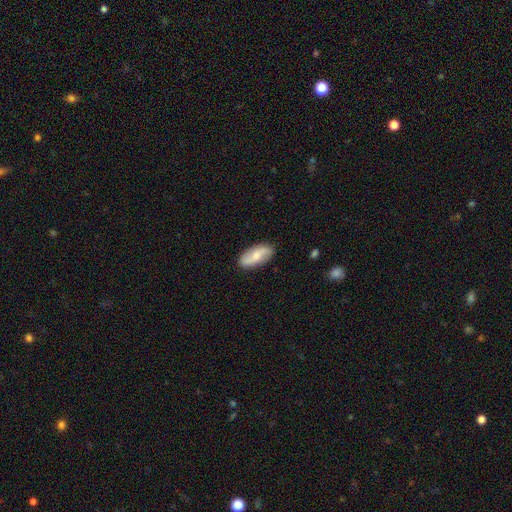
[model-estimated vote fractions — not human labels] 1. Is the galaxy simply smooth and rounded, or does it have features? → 49% featured or disk, 45% smooth, 6% star or artifact.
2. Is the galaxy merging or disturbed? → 86% none, 11% minor disturbance, 2% major disturbance, 1% merger.